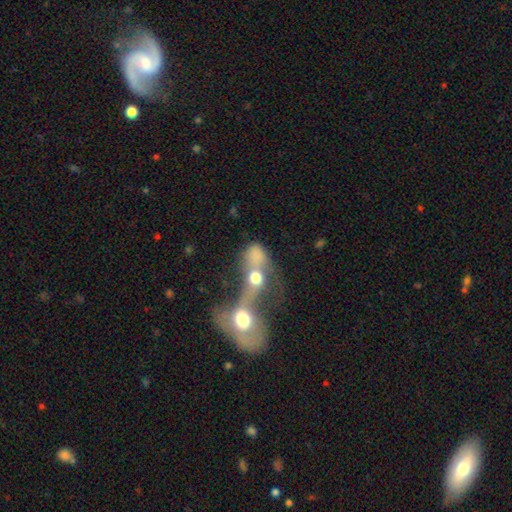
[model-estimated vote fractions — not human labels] A smooth galaxy with no disk features (56%) that is in between round and cigar-shaped (56%).

Vote fractions:
- Smooth or featured? smooth: 56% / featured or disk: 29% / star or artifact: 15%
- How rounded? in between: 56% / round: 39% / cigar-shaped: 5%
- Merging? merger: 76% / major disturbance: 11% / none: 9% / minor disturbance: 4%